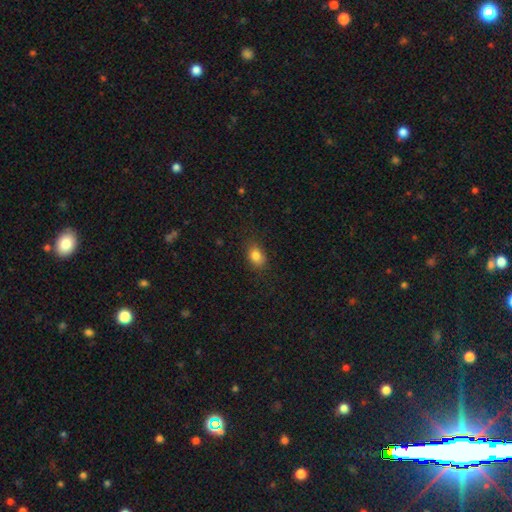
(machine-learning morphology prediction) smooth_or_featured: smooth (p=0.83) [alt: star or artifact p=0.10]
how_rounded: in between (p=0.74) [alt: round p=0.24]
merging: none (p=0.81) [alt: minor disturbance p=0.14]